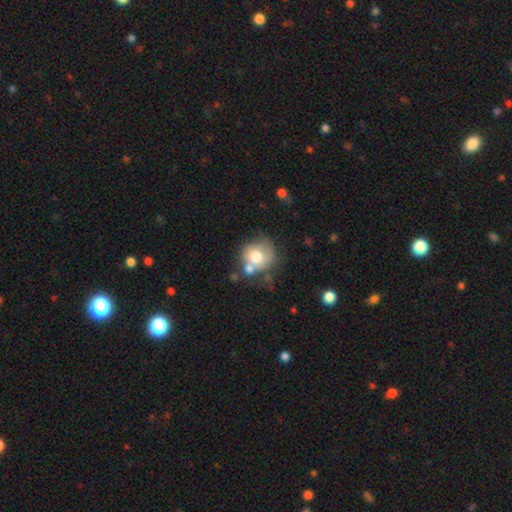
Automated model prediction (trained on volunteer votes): Smooth or featured? smooth (68%)
How rounded? round (81%)
Merging? none (44%)